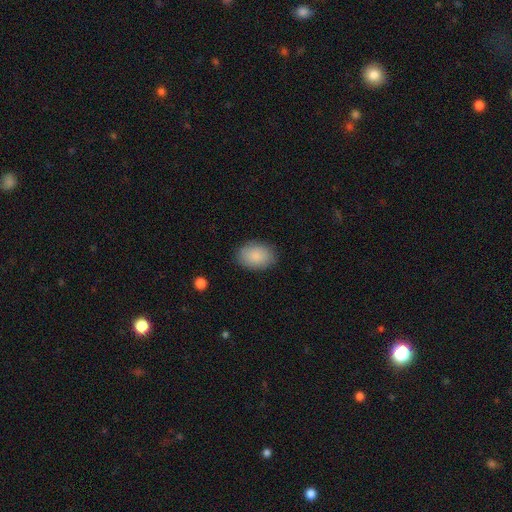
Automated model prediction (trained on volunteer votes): A smooth galaxy with no disk features (87%) that is in between round and cigar-shaped (82%). Merging: none (85%).